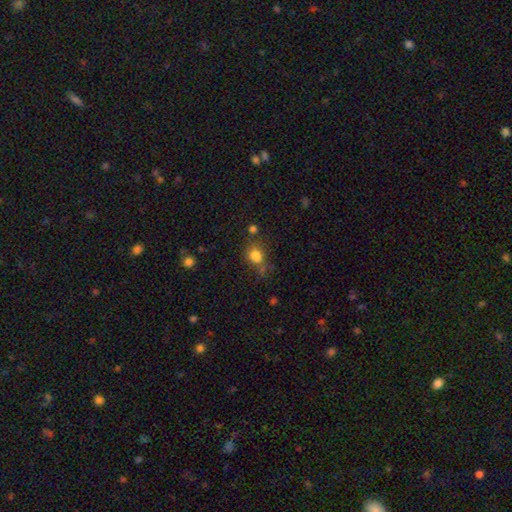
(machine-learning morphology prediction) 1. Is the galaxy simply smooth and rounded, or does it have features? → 80% smooth, 12% star or artifact, 7% featured or disk.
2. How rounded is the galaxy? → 57% round, 42% in between, 1% cigar-shaped.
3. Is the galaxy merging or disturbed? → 58% none, 21% minor disturbance, 12% merger, 9% major disturbance.